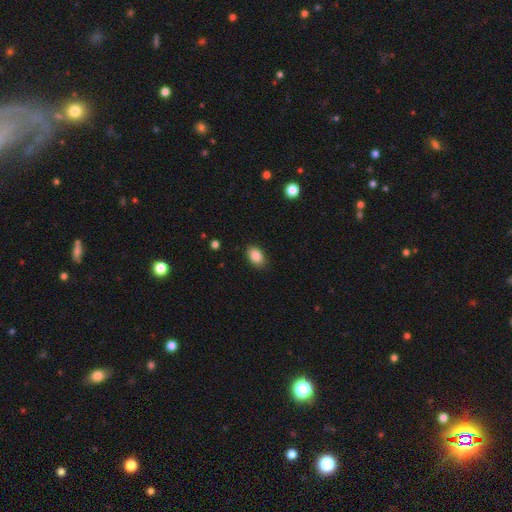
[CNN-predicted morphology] type=smooth (87%); roundness=in between (87%); merging=none (86%).